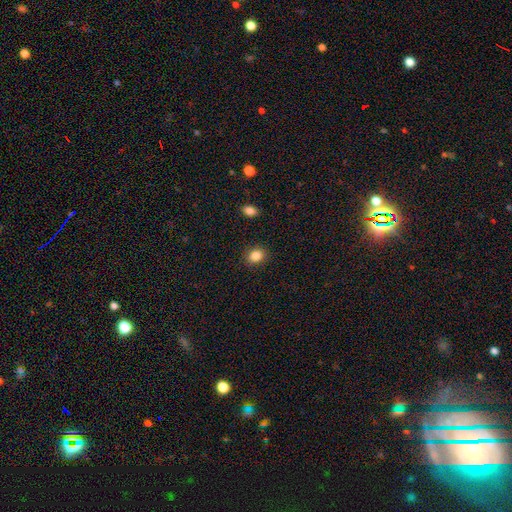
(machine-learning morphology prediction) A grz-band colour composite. It shows a smooth galaxy with no disk features (85%) that is round (52%). Merging: none (89%).